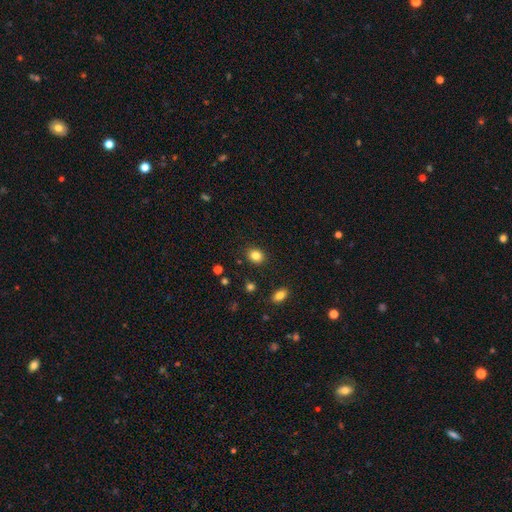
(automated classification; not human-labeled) This appears to be a smooth galaxy with no disk features (84%) that is round (57%). Merging: none (88%).